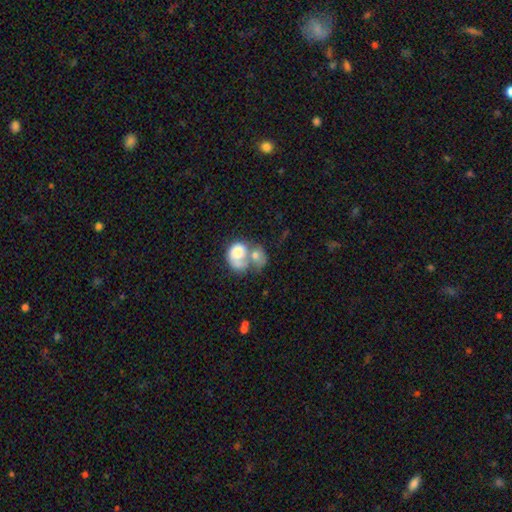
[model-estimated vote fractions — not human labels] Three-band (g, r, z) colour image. It shows a smooth galaxy with no disk features (61%) that is in between round and cigar-shaped (52%). Merging: merger (68%).